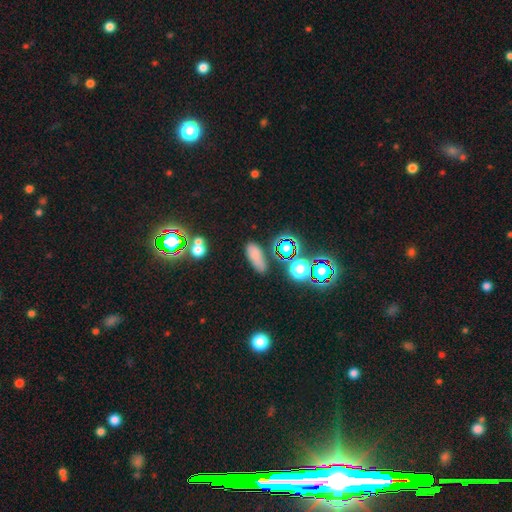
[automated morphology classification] This is likely a smooth galaxy (69%). How rounded: likely in between (70%). Merging: likely none (67%).